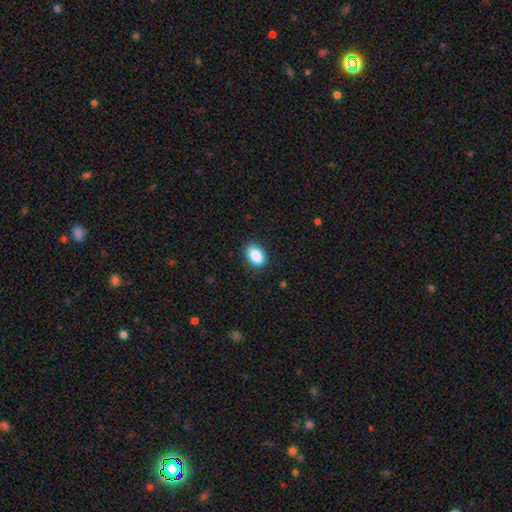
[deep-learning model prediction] Morphology: type=smooth (89%); roundness=in between (86%); merging=none (85%).